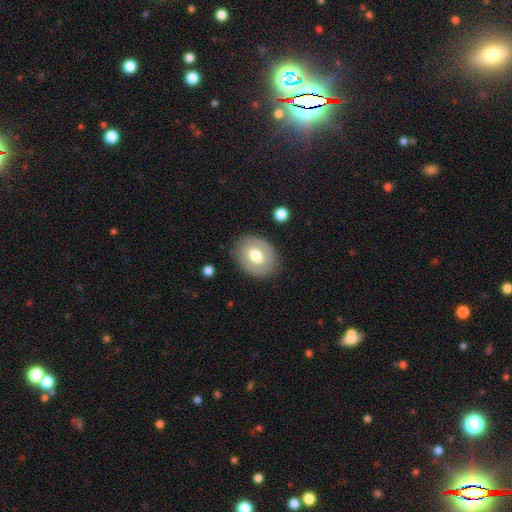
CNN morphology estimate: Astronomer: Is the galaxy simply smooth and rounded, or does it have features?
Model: smooth — 50% (runner-up: featured or disk, 44%).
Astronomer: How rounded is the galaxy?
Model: in between — 63%.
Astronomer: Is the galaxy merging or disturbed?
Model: none — 81%.